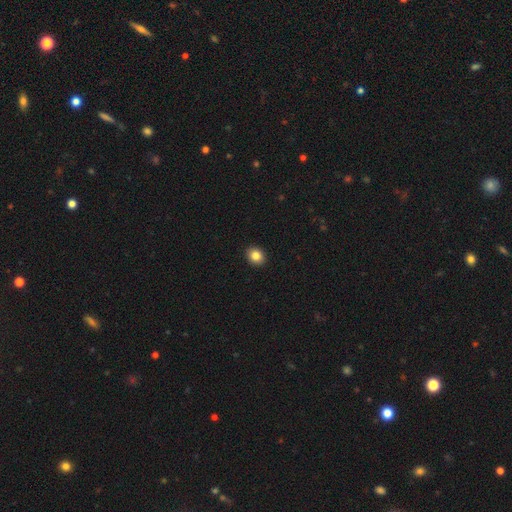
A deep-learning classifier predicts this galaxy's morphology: Smooth or featured?
  - smooth: 84% *
  - star or artifact: 10%
  - featured or disk: 6%
How rounded?
  - round: 60% *
  - in between: 40%
  - cigar-shaped: 1%
Merging?
  - none: 92% *
  - minor disturbance: 5%
  - major disturbance: 1%
  - merger: 1%